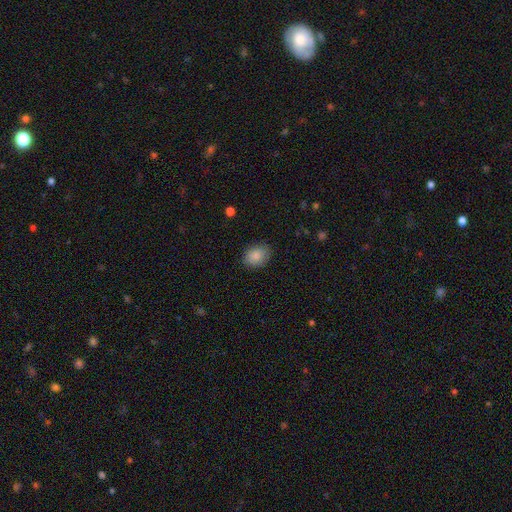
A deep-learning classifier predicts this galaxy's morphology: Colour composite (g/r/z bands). It shows a smooth galaxy with no disk features (87%) that is in between round and cigar-shaped (64%). Merging: none (84%).